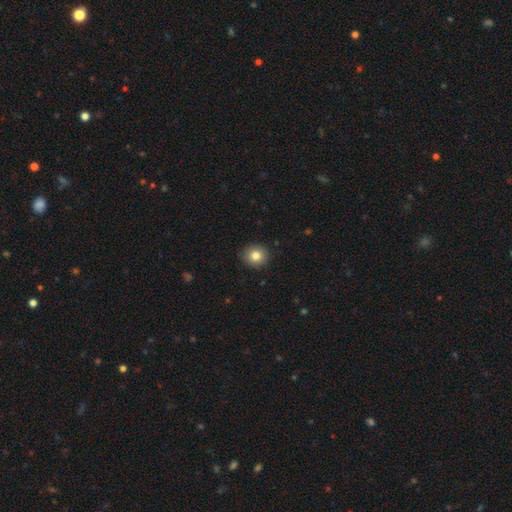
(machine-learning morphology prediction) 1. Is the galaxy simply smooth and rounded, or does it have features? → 83% smooth, 10% star or artifact, 7% featured or disk.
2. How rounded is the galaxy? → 88% round, 11% in between, 1% cigar-shaped.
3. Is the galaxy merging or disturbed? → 90% none, 8% minor disturbance, 2% major disturbance, 1% merger.